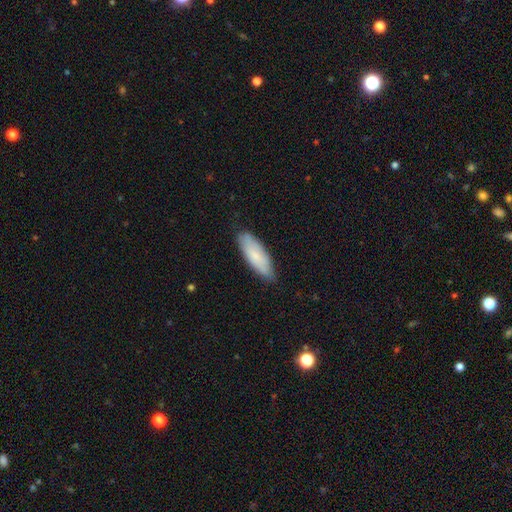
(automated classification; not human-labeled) smooth-or-featured: smooth: 76% | featured or disk: 19% | star or artifact: 6%
  how-rounded: in between: 56% | cigar-shaped: 42% | round: 2%
  merging: none: 81% | minor disturbance: 15% | major disturbance: 2% | merger: 1%